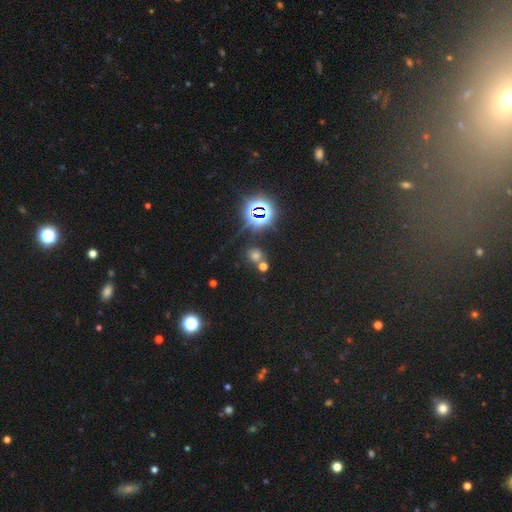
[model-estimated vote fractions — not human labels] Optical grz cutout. It shows a star or artifact, not a galaxy (50%).